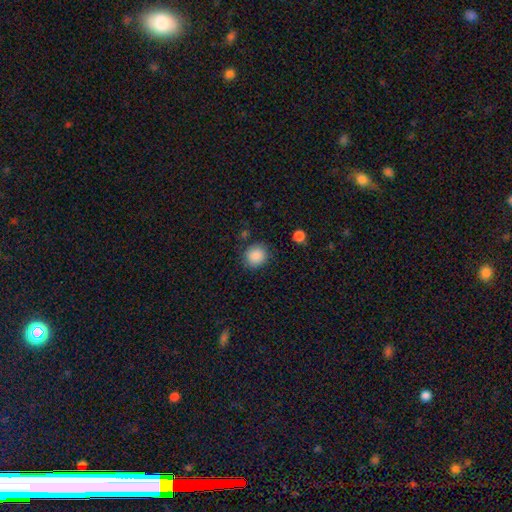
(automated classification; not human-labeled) smooth-or-featured: smooth: 88% | star or artifact: 9% | featured or disk: 3%
  how-rounded: round: 85% | in between: 14% | cigar-shaped: 1%
  merging: none: 84% | minor disturbance: 10% | major disturbance: 3% | merger: 2%